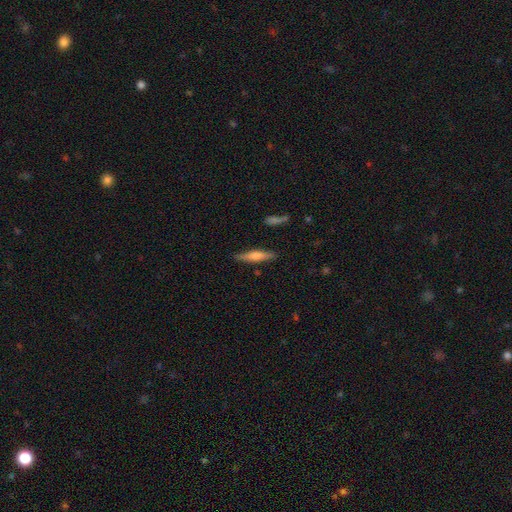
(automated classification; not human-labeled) Smooth or featured?
  - smooth: 57% *
  - featured or disk: 37%
  - star or artifact: 6%
How rounded?
  - cigar-shaped: 84% *
  - in between: 14%
  - round: 2%
Merging?
  - none: 84% *
  - minor disturbance: 11%
  - major disturbance: 2%
  - merger: 2%